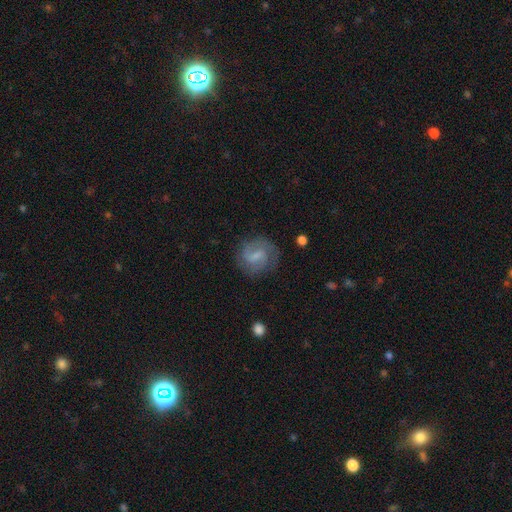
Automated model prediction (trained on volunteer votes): smooth-or-featured: featured or disk: 65% | smooth: 28% | star or artifact: 7%
  disk-edge-on: no: 98% | yes: 2%
    bar: weak: 58% | no: 26% | strong: 16%
    has-spiral-arms: yes: 91% | no: 9%
      spiral-winding: medium: 47% | tight: 33% | loose: 20%
      spiral-arm-count: 2: 71% | can't tell: 14% | 1: 6% | 3: 6% | 4: 2% | more than 4: 2%
    bulge-size: small: 52% | moderate: 23% | none: 22% | large: 2% | dominant: 1%
  merging: none: 75% | minor disturbance: 16% | major disturbance: 7% | merger: 1%